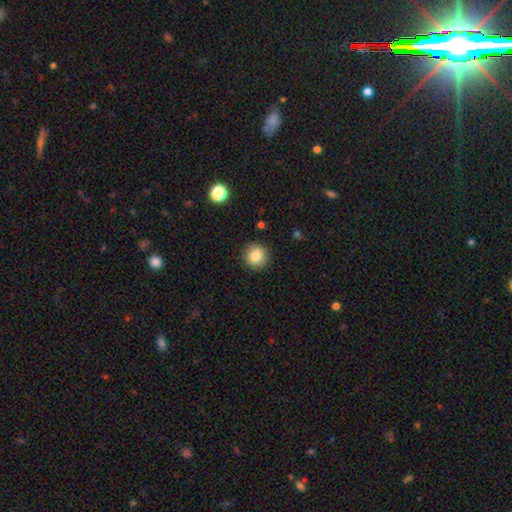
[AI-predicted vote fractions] Smooth or featured? Predicted: smooth (p=0.84). How rounded? Predicted: round (p=0.93). Merging? Predicted: none (p=0.90).